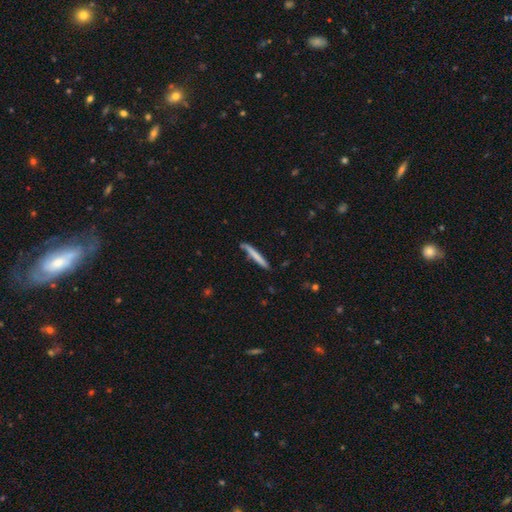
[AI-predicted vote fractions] smooth 70%, featured or disk 24%, star or artifact 5%. Down the decision tree: how rounded — cigar-shaped (96%); merging — none (83%).